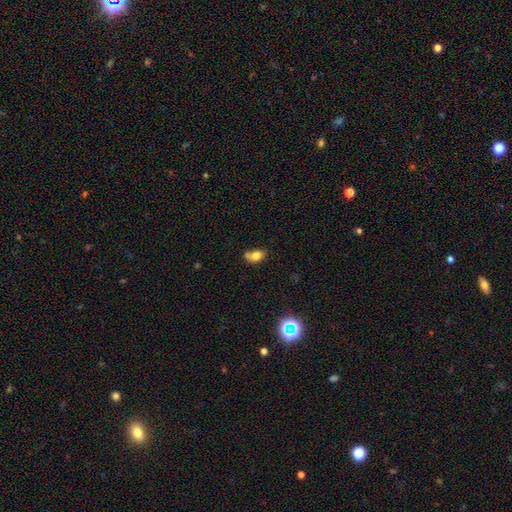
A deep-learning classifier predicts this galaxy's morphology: Smooth or featured?
  - smooth: 78% *
  - star or artifact: 12%
  - featured or disk: 11%
How rounded?
  - in between: 71% *
  - round: 27%
  - cigar-shaped: 2%
Merging?
  - none: 47% *
  - merger: 28%
  - minor disturbance: 18%
  - major disturbance: 6%